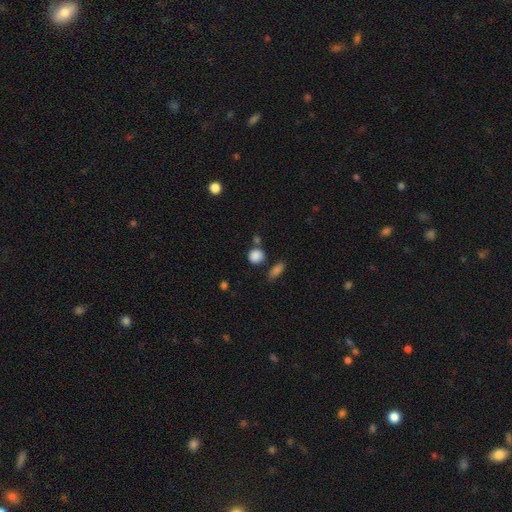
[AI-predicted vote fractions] Smooth or featured: smooth — 85% (star or artifact — 10%)
How rounded: round — 82% (in between — 16%)
Merging: none — 72% (minor disturbance — 13%)